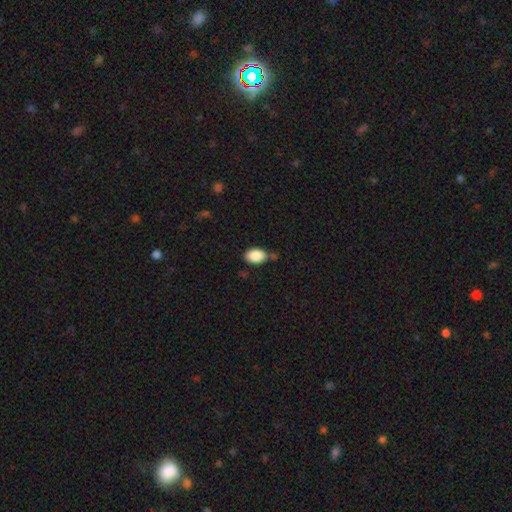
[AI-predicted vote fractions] Smooth or featured?
  - smooth: 89% *
  - star or artifact: 7%
  - featured or disk: 4%
How rounded?
  - in between: 90% *
  - round: 8%
  - cigar-shaped: 1%
Merging?
  - none: 73% *
  - minor disturbance: 18%
  - merger: 6%
  - major disturbance: 3%